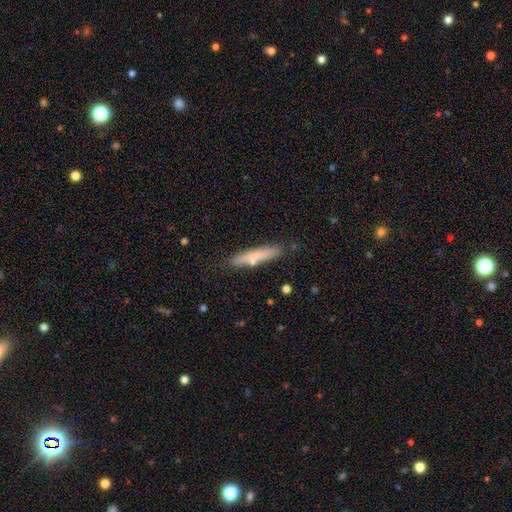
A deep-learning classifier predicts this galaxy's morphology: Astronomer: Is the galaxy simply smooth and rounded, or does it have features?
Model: smooth — 69%.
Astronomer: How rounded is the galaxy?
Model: cigar-shaped — 89%.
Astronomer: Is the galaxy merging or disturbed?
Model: none — 81%.